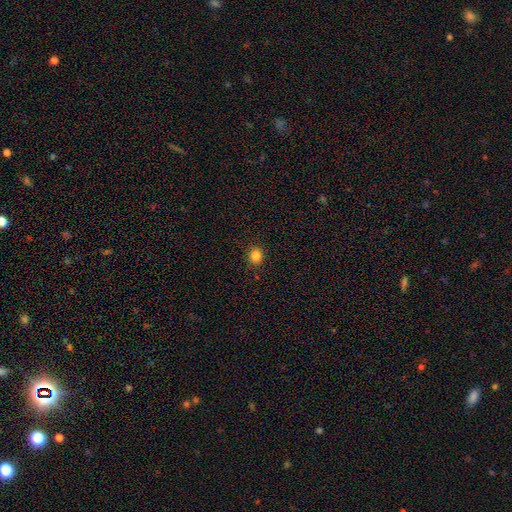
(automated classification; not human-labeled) The model was most divided on "how rounded": round: 71%, in between: 28%, cigar-shaped: 1%. More confident: merging — none (89%); smooth or featured — smooth (84%).